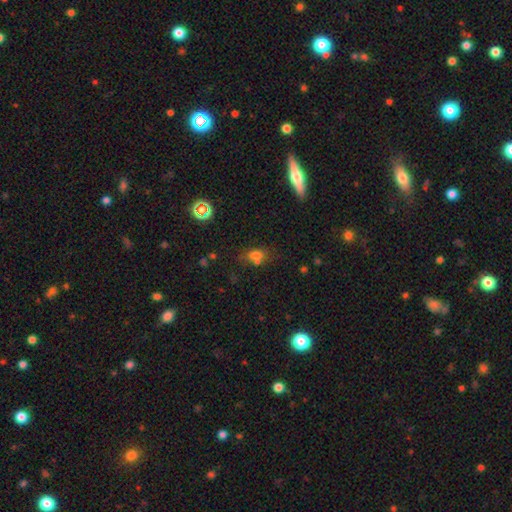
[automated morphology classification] Smooth or featured? smooth (65%)
How rounded? in between (66%)
Merging? none (50%)